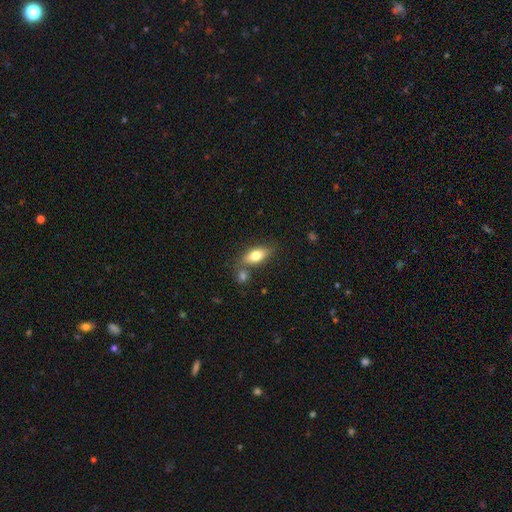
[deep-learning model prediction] smooth_or_featured: smooth (p=0.75) [alt: featured or disk p=0.18]
how_rounded: in between (p=0.81) [alt: cigar-shaped p=0.14]
merging: none (p=0.67) [alt: merger p=0.16]